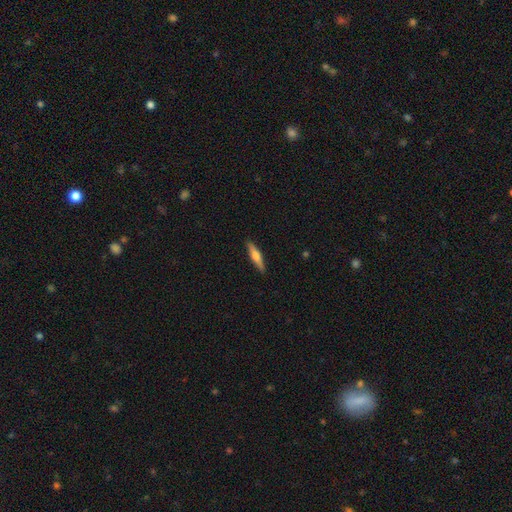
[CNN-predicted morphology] featured or disk 49%, smooth 46%, star or artifact 6%. Down the decision tree: merging — none (90%).